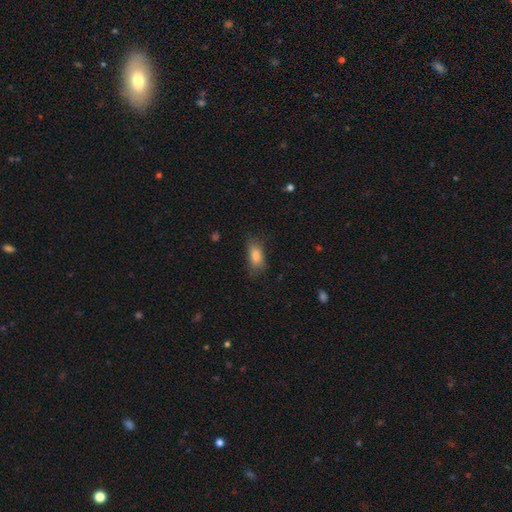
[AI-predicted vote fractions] Smooth or featured: smooth — 82% (star or artifact — 9%)
How rounded: in between — 85% (cigar-shaped — 8%)
Merging: none — 73% (minor disturbance — 19%)